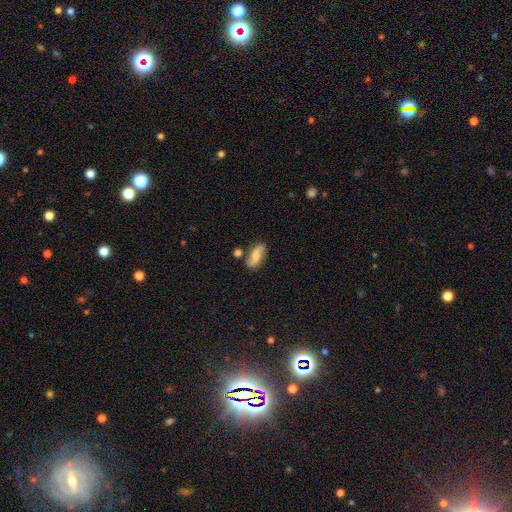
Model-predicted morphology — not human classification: A featured or disk galaxy (53%).

Vote fractions:
- Smooth or featured? featured or disk: 53% / smooth: 39% / star or artifact: 9%
- Edge-on disk? no: 92% / yes: 8%
- Merging? none: 71% / minor disturbance: 16% / merger: 9% / major disturbance: 4%